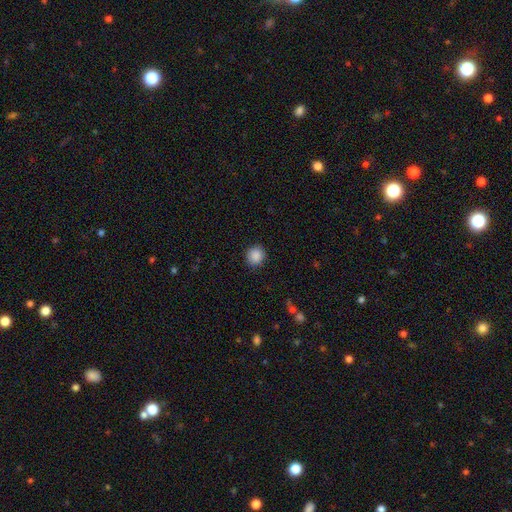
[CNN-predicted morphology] Smooth or featured? Predicted: smooth (p=0.88). How rounded? Predicted: round (p=0.88). Merging? Predicted: none (p=0.91).